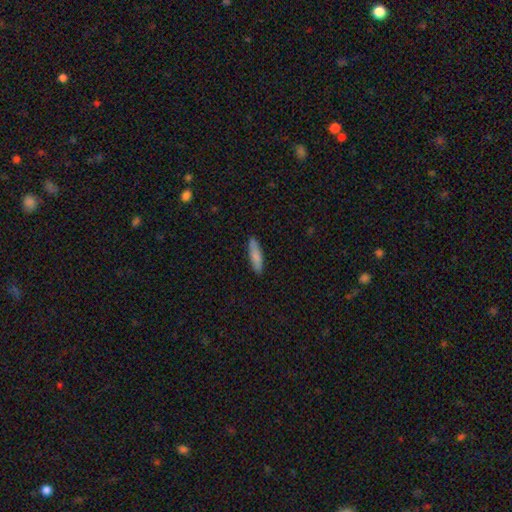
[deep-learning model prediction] A smooth galaxy with no disk features (81%) that is cigar-shaped (73%). Merging: none (88%).